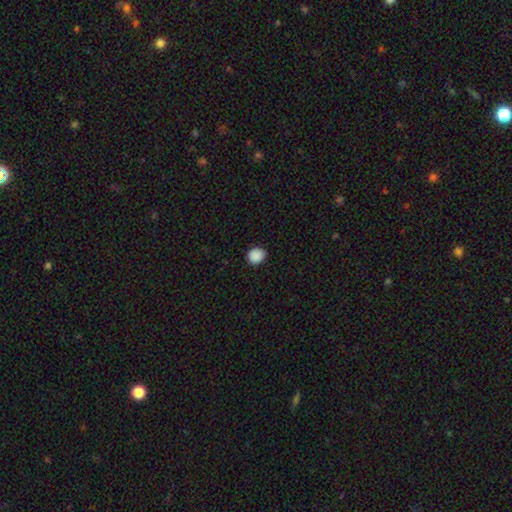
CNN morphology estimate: smooth_or_featured: smooth (p=0.89) [alt: star or artifact p=0.09]
how_rounded: round (p=0.77) [alt: in between p=0.23]
merging: none (p=0.88) [alt: minor disturbance p=0.09]